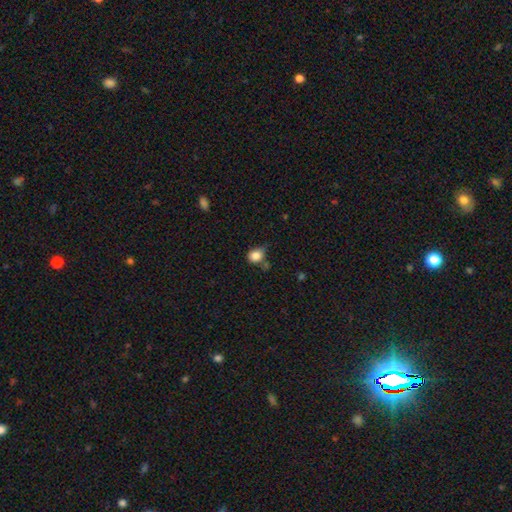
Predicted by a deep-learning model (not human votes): smooth-or-featured: smooth: 83% | star or artifact: 10% | featured or disk: 7%
  how-rounded: round: 62% | in between: 36% | cigar-shaped: 1%
  merging: none: 44% | minor disturbance: 35% | major disturbance: 11% | merger: 9%